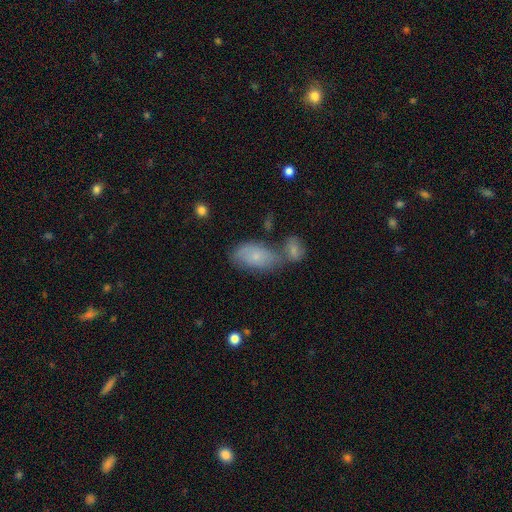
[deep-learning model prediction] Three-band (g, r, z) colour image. It shows a smooth galaxy with no disk features (69%) that is in between round and cigar-shaped (92%). Merging: none (41%).